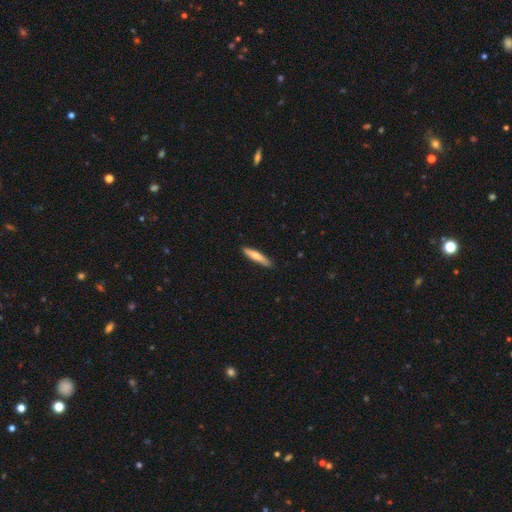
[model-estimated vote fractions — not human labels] Smooth or featured? smooth (64%)
How rounded? cigar-shaped (89%)
Merging? none (88%)